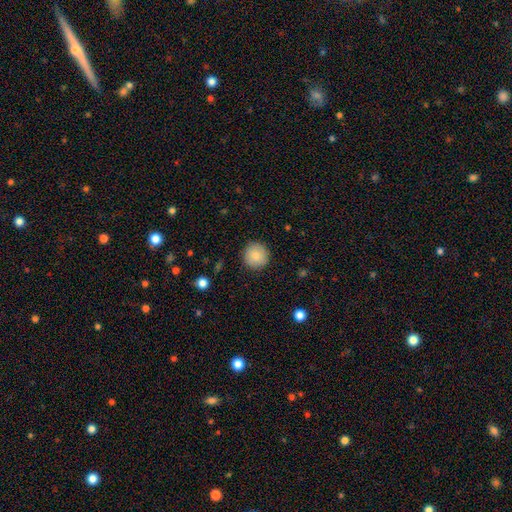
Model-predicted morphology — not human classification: The model was most divided on "smooth or featured": smooth: 84%, star or artifact: 8%, featured or disk: 8%. More confident: how rounded — round (95%); merging — none (89%).